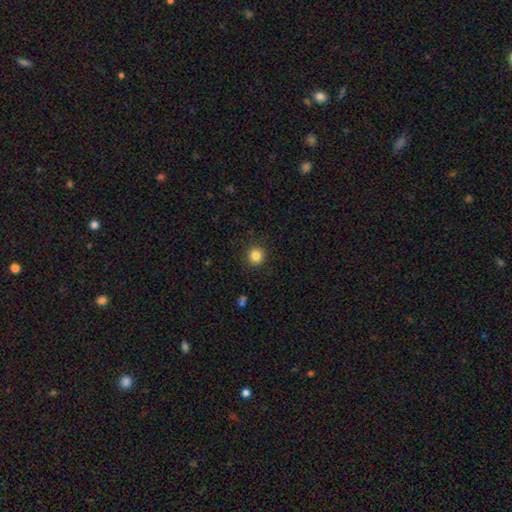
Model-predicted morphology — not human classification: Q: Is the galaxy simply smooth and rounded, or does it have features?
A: smooth — 84%.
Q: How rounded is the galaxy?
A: round — 91%.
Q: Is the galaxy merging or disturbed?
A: none — 90%.